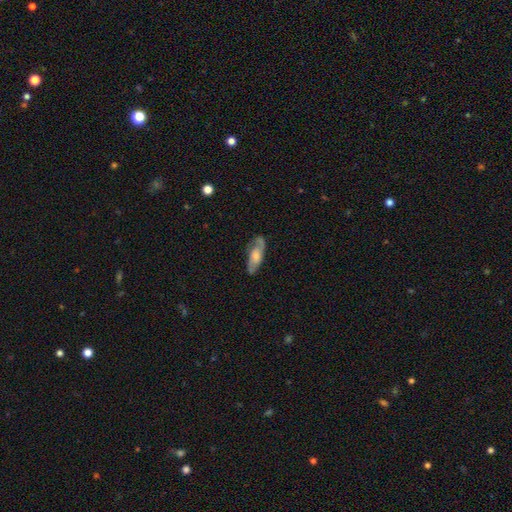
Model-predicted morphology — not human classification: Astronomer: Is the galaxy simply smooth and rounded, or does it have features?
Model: featured or disk — 61%.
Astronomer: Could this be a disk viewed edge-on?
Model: no — 80%.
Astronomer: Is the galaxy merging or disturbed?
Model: none — 74%.